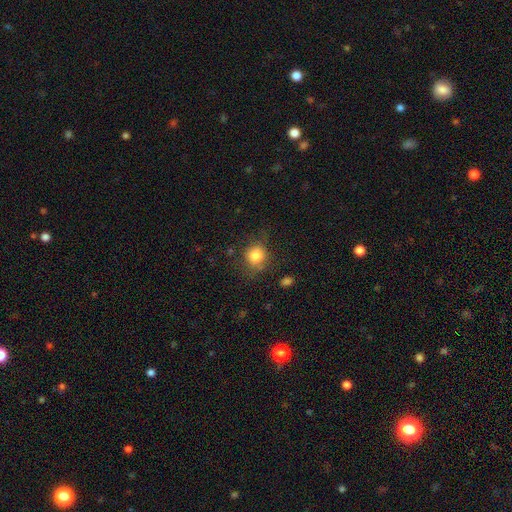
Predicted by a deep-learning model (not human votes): smooth 82%, star or artifact 11%, featured or disk 7%. Down the decision tree: how rounded — round (83%); merging — none (73%).